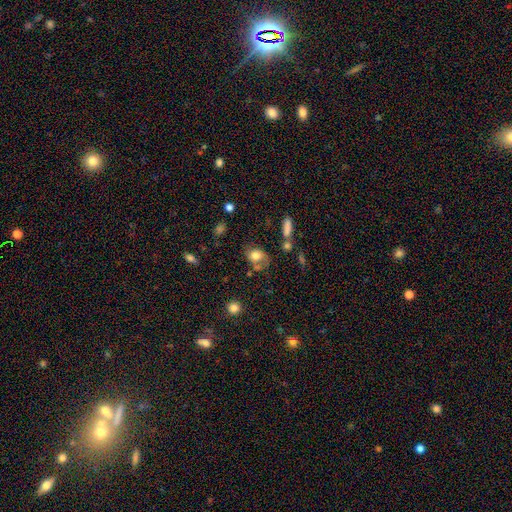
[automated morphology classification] smooth_or_featured: smooth (p=0.74) [alt: featured or disk p=0.17]
how_rounded: in between (p=0.66) [alt: round p=0.32]
merging: none (p=0.49) [alt: minor disturbance p=0.24]